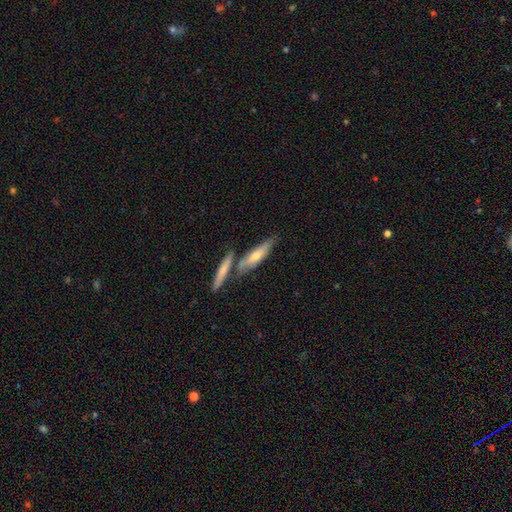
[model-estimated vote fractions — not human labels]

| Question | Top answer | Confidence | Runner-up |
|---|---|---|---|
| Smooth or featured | smooth | 47% | featured or disk (46%) |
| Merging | none | 56% | merger (28%) |